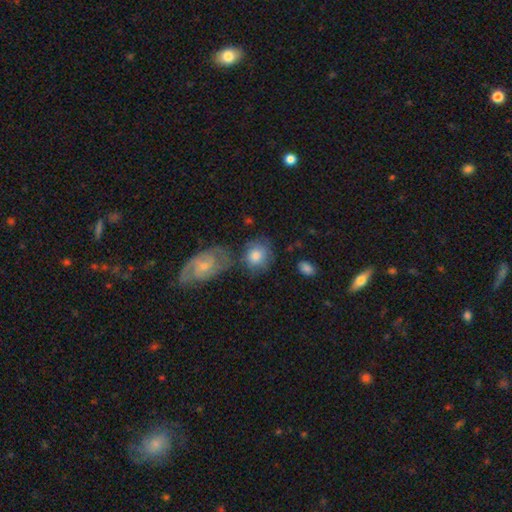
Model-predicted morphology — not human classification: Q: Smooth or featured?
A: smooth (70%); runner-up: featured or disk (23%)
Q: How rounded?
A: round (66%); runner-up: in between (33%)
Q: Merging?
A: none (52%); runner-up: merger (21%)